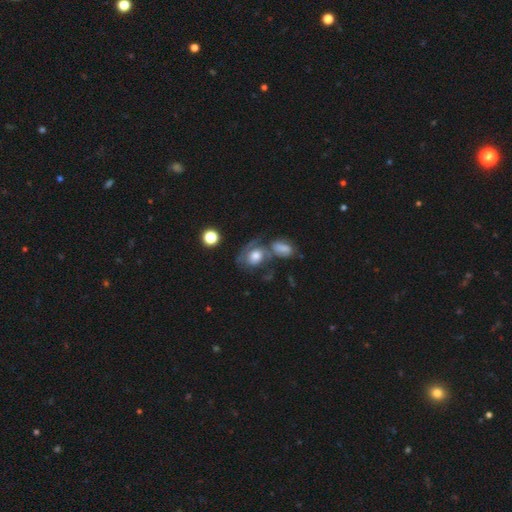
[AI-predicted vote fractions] Smooth or featured? Predicted: smooth (p=0.49). Merging? Predicted: merger (p=0.34).